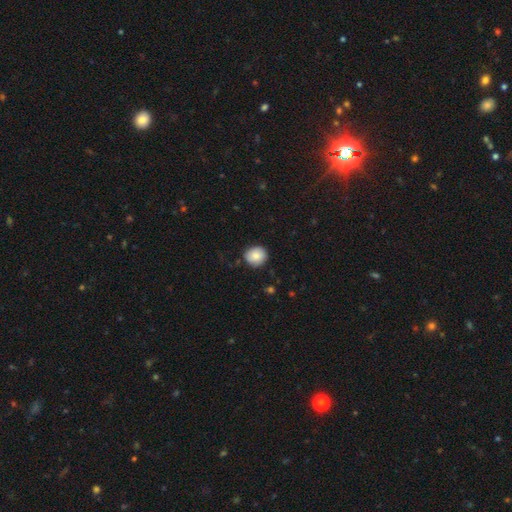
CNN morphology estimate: A smooth galaxy with no disk features (83%) that is round (82%).

Vote fractions:
- Smooth or featured? smooth: 83% / featured or disk: 10% / star or artifact: 8%
- How rounded? round: 82% / in between: 17% / cigar-shaped: 1%
- Merging? none: 82% / minor disturbance: 15% / major disturbance: 3% / merger: 1%